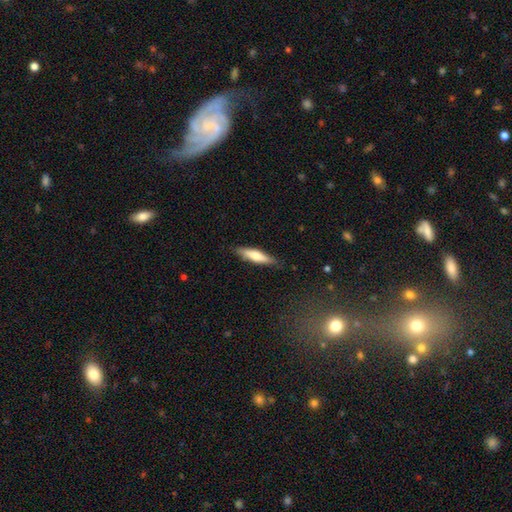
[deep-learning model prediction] Overall: smooth (67%). How rounded: cigar-shaped (73%). Merging: none (82%).